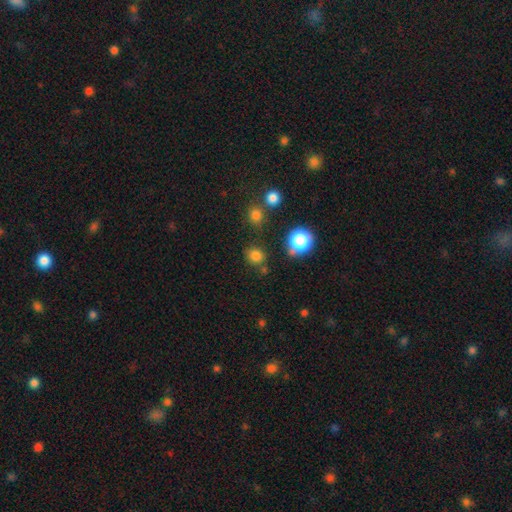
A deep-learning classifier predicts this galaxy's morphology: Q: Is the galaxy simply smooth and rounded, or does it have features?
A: smooth — 79%.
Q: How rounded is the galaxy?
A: round — 79%.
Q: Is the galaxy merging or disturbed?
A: none — 77%.